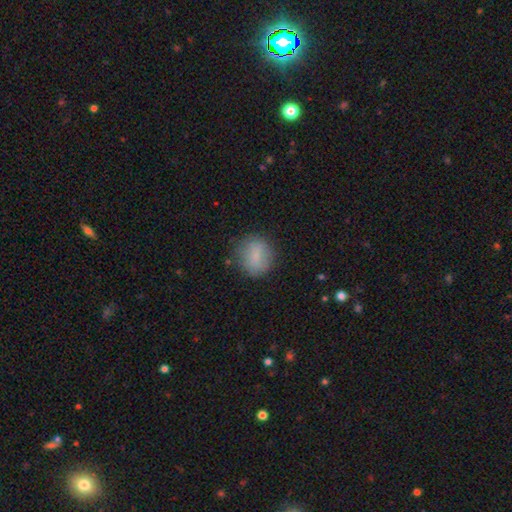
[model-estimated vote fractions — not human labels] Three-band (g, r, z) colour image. It shows a smooth galaxy with no disk features (79%) that is round (74%). Merging: none (80%).